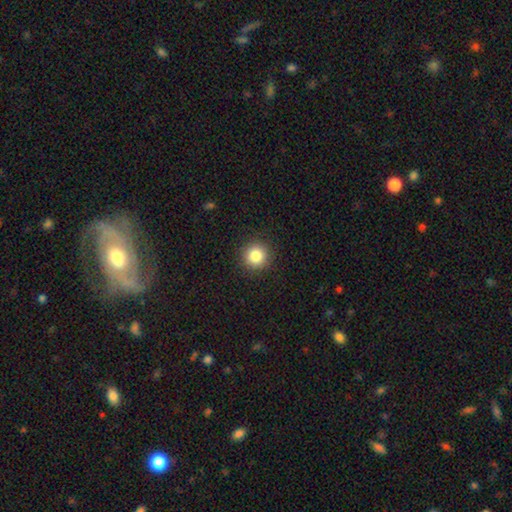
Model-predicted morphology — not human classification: Smooth or featured? Predicted: smooth (p=0.84). How rounded? Predicted: round (p=0.94). Merging? Predicted: none (p=0.91).